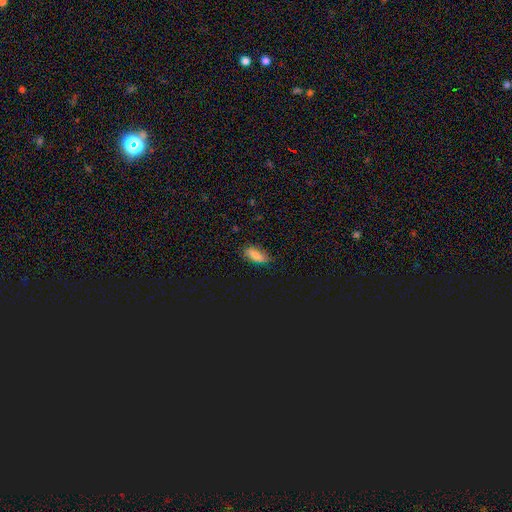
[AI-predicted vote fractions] A smooth galaxy with no disk features (76%) that is in between round and cigar-shaped (84%).

Vote fractions:
- Smooth or featured? smooth: 76% / featured or disk: 12% / star or artifact: 12%
- How rounded? in between: 84% / cigar-shaped: 13% / round: 3%
- Merging? none: 75% / minor disturbance: 20% / major disturbance: 4% / merger: 1%